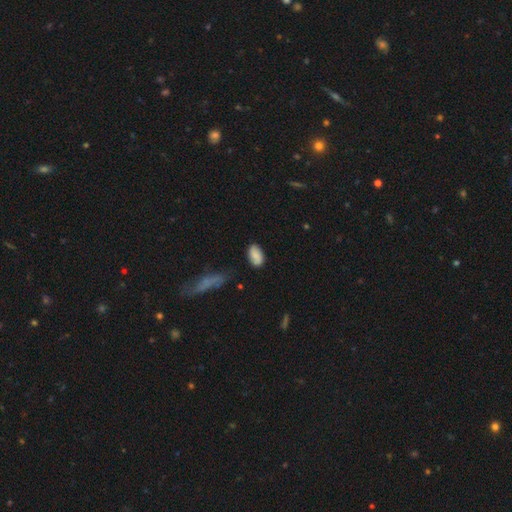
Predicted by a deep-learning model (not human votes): A smooth galaxy with no disk features (80%) that is in between round and cigar-shaped (93%). Merging: none (78%).